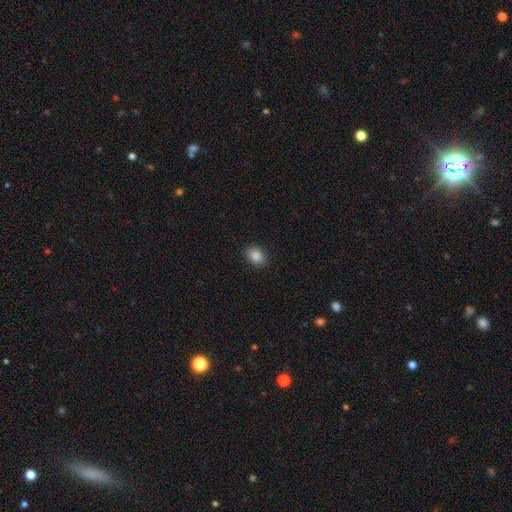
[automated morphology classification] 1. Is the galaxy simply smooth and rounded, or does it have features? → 87% smooth, 9% star or artifact, 4% featured or disk.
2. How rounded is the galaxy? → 65% in between, 34% round, 1% cigar-shaped.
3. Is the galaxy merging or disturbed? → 89% none, 8% minor disturbance, 2% major disturbance, 1% merger.